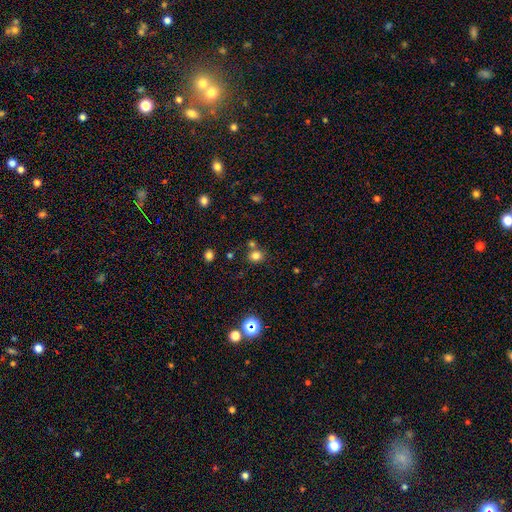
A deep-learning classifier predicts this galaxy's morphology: A smooth galaxy with no disk features (78%) that is round (72%).

Vote fractions:
- Smooth or featured? smooth: 78% / star or artifact: 16% / featured or disk: 6%
- How rounded? round: 72% / in between: 27% / cigar-shaped: 1%
- Merging? none: 66% / merger: 20% / minor disturbance: 10% / major disturbance: 4%